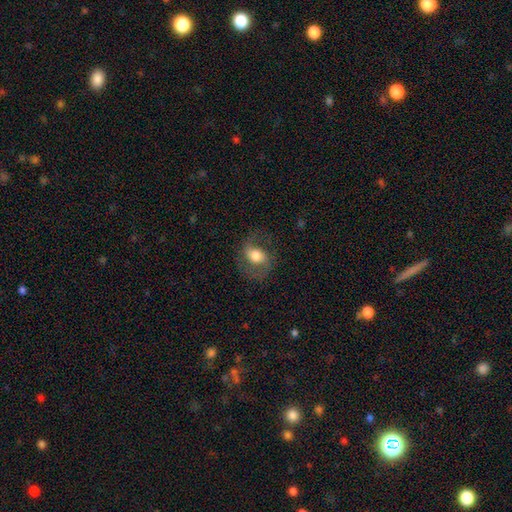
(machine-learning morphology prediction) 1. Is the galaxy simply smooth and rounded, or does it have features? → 53% featured or disk, 39% smooth, 8% star or artifact.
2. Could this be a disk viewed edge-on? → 95% no, 5% yes.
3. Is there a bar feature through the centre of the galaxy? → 44% no, 37% weak, 19% strong.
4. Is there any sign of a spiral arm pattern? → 82% yes, 18% no.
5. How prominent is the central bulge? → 53% moderate, 32% large, 9% small, 4% dominant, 2% none.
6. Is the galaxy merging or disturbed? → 67% none, 18% minor disturbance, 14% major disturbance, 1% merger.